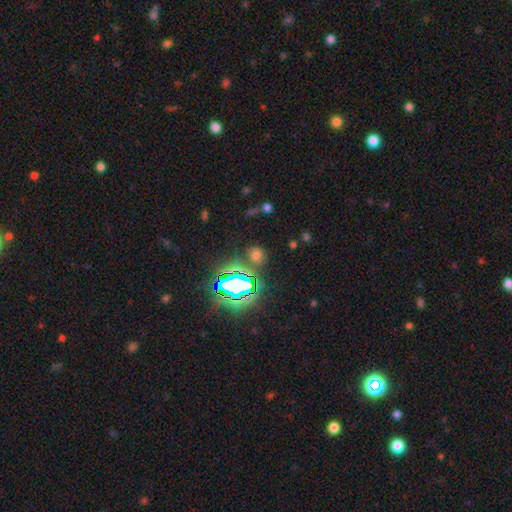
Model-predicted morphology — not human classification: Overall: smooth (49%; star or artifact 44%). Merging: none (78%).